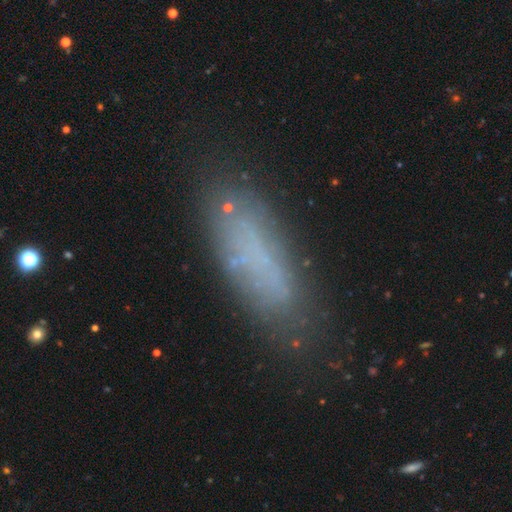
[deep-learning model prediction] smooth 60%, featured or disk 26%, star or artifact 15%. Down the decision tree: how rounded — in between (51%); merging — none (68%).